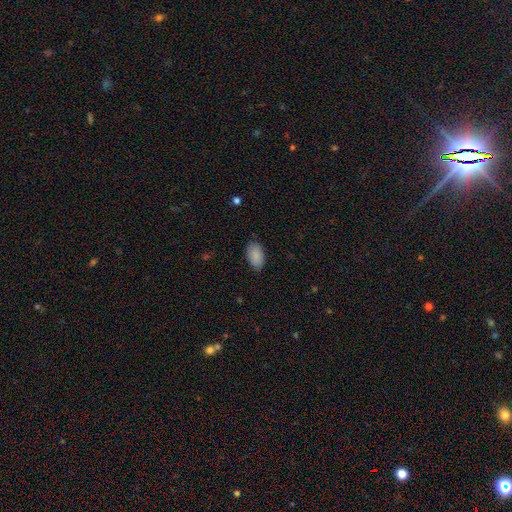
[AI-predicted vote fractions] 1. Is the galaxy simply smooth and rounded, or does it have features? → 88% smooth, 7% star or artifact, 5% featured or disk.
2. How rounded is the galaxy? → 94% in between, 4% round, 2% cigar-shaped.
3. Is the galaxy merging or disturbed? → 83% none, 13% minor disturbance, 3% major disturbance, 1% merger.